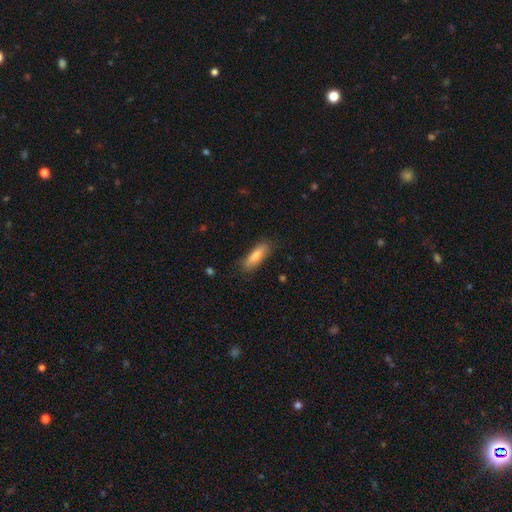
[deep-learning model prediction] The model was most divided on "how rounded": cigar-shaped: 54%, in between: 44%, round: 2%. More confident: merging — none (85%); smooth or featured — smooth (78%).